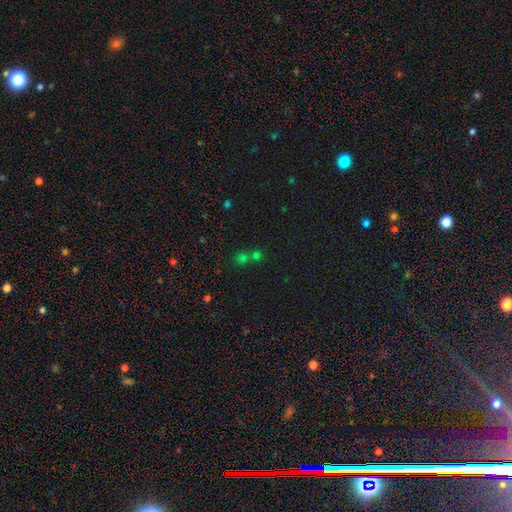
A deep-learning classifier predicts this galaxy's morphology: smooth-or-featured: smooth: 48% | star or artifact: 43% | featured or disk: 8%
  merging: none: 51% | merger: 41% | minor disturbance: 6% | major disturbance: 3%